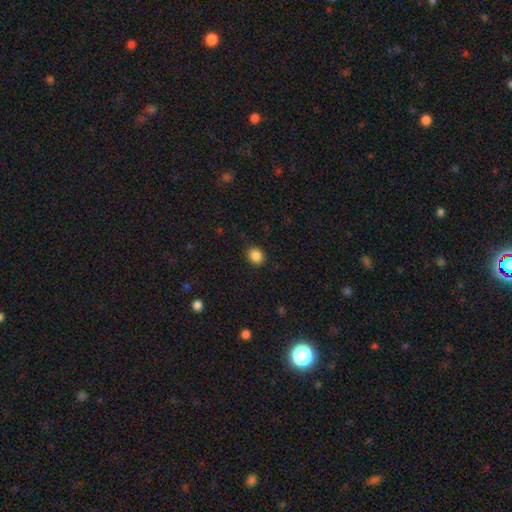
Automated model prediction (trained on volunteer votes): A smooth galaxy with no disk features (87%) that is round (58%).

Vote fractions:
- Smooth or featured? smooth: 87% / star or artifact: 10% / featured or disk: 3%
- How rounded? round: 58% / in between: 41% / cigar-shaped: 1%
- Merging? none: 88% / minor disturbance: 9% / major disturbance: 2% / merger: 1%